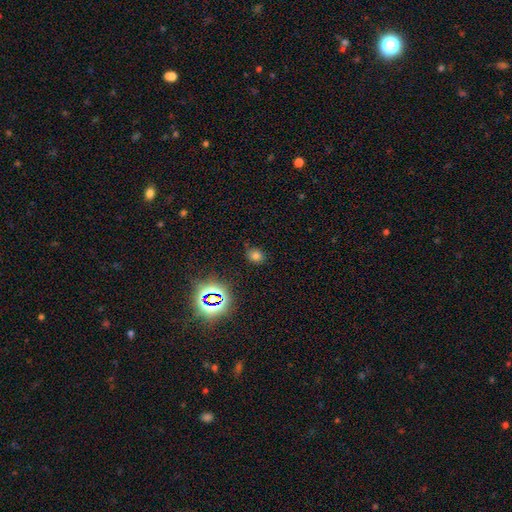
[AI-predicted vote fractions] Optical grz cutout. It shows a smooth galaxy with no disk features (67%) that is round (60%). Merging: none (79%).